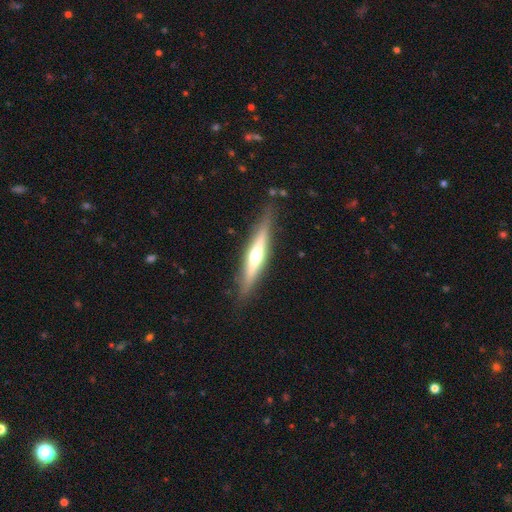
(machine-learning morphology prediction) A featured or disk galaxy (64%) viewed edge-on (95%) with a rounded central bulge (84%). Merging: none (85%).